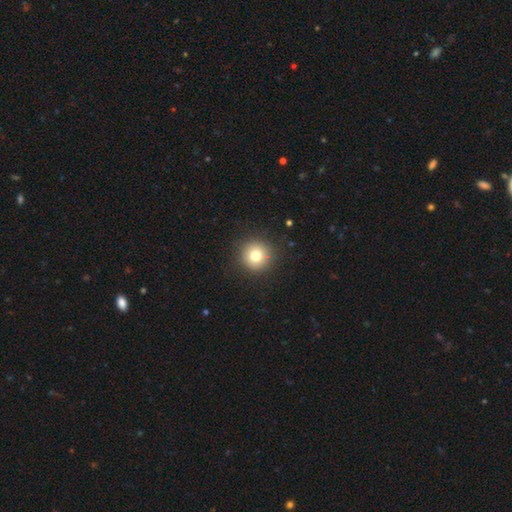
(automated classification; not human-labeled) smooth 79%, star or artifact 12%, featured or disk 9%. Down the decision tree: how rounded — round (95%); merging — none (90%).